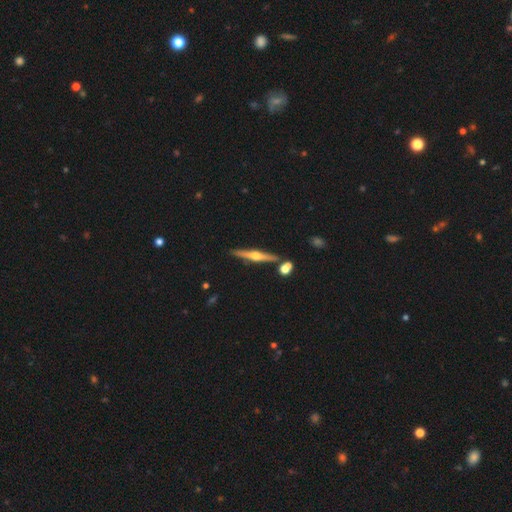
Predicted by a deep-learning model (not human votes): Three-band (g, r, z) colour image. It shows a featured or disk galaxy (77%) viewed edge-on (98%) with a rounded central bulge (94%). Merging: none (85%).